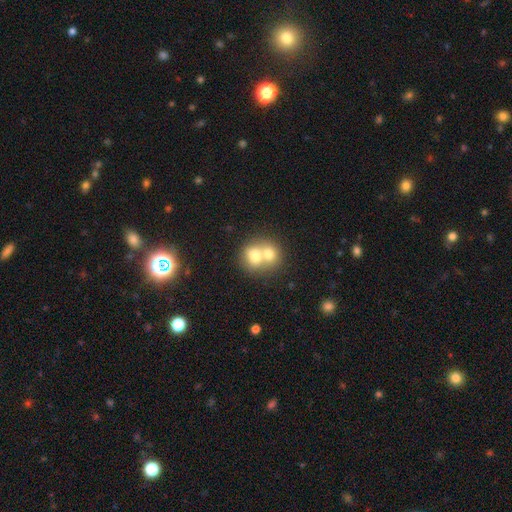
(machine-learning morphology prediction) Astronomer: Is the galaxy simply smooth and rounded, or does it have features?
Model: smooth — 71%.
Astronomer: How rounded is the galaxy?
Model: round — 65%.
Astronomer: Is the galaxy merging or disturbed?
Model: merger — 70%.